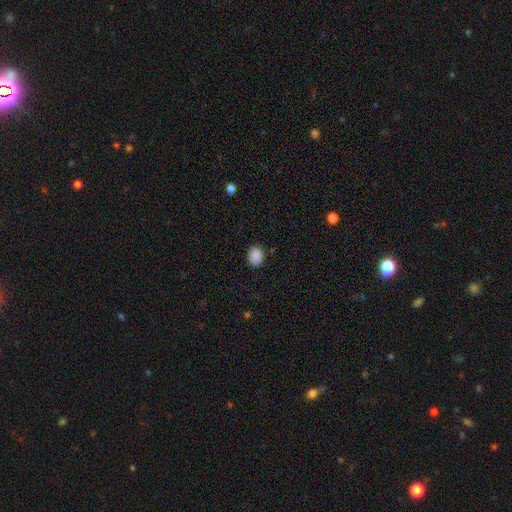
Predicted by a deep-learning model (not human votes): Morphology: type=smooth (89%); roundness=round (59%); merging=none (86%).